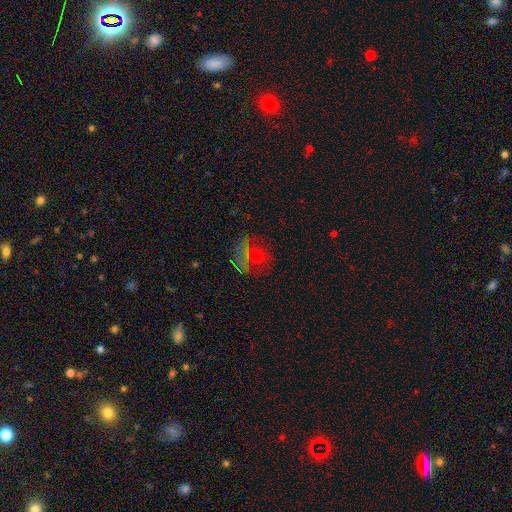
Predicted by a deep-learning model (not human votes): Q: Smooth or featured?
A: smooth (47%); runner-up: featured or disk (30%)
Q: Merging?
A: none (62%); runner-up: minor disturbance (17%)